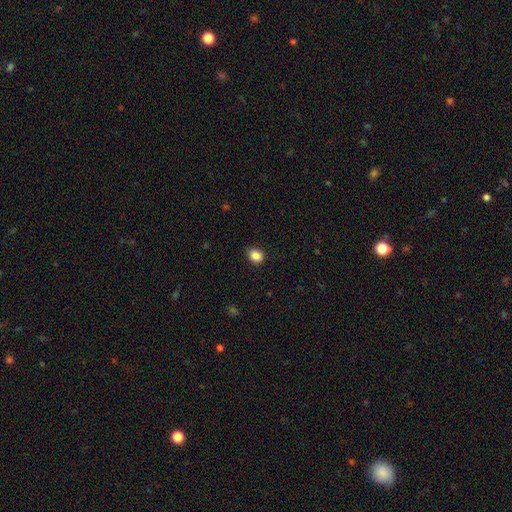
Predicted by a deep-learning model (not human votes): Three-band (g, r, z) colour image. It shows a smooth galaxy with no disk features (86%) that is round (54%). Merging: none (88%).